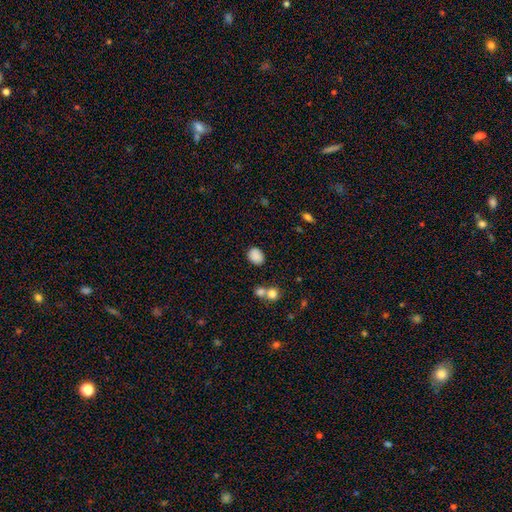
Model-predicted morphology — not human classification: Overall: smooth (86%). How rounded: in between (60%; round 39%). Merging: none (77%).